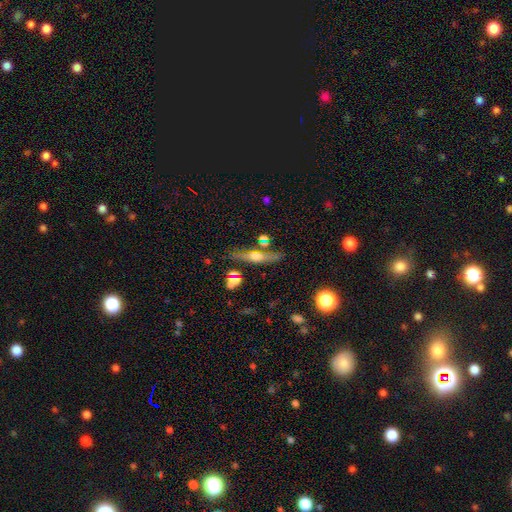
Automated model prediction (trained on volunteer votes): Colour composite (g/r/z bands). It shows a featured or disk galaxy (63%) viewed edge-on (93%) with a rounded central bulge (91%). Merging: none (79%).